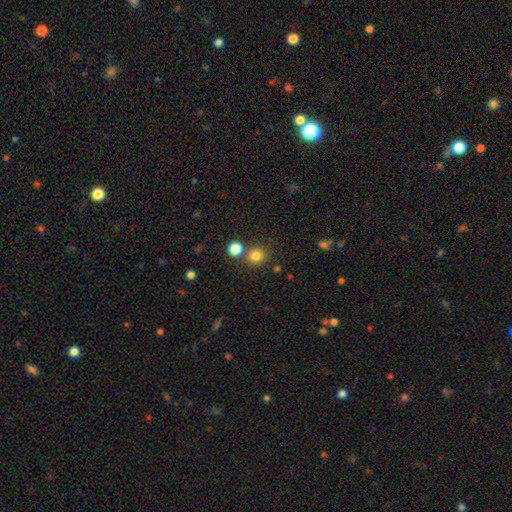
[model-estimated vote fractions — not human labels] This is clearly a smooth galaxy (81%). How rounded: clearly round (89%). Merging: likely none (74%).